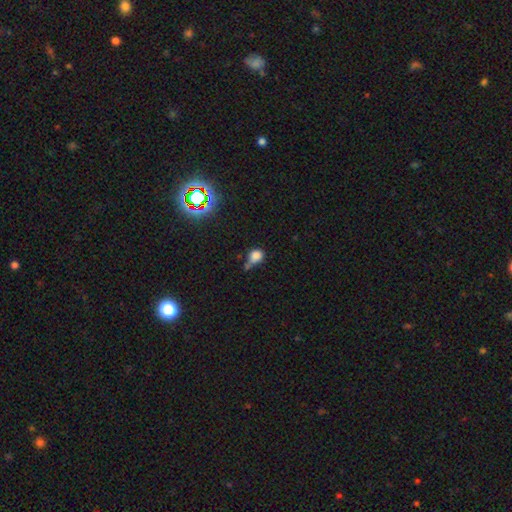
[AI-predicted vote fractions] smooth 78%, star or artifact 14%, featured or disk 8%. Down the decision tree: how rounded — round (59%); merging — none (37%).